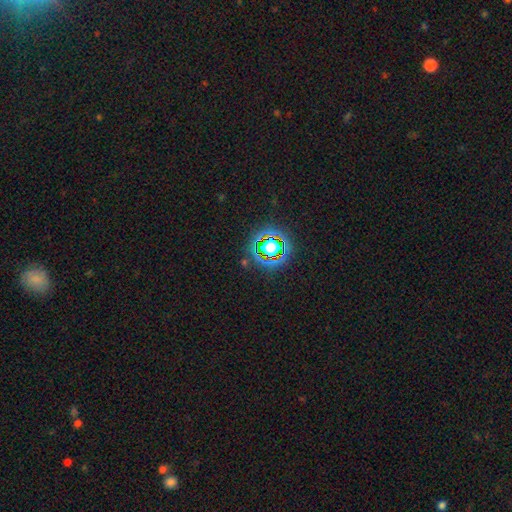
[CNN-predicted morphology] Smooth or featured?
  - star or artifact: 79% *
  - smooth: 14%
  - featured or disk: 8%